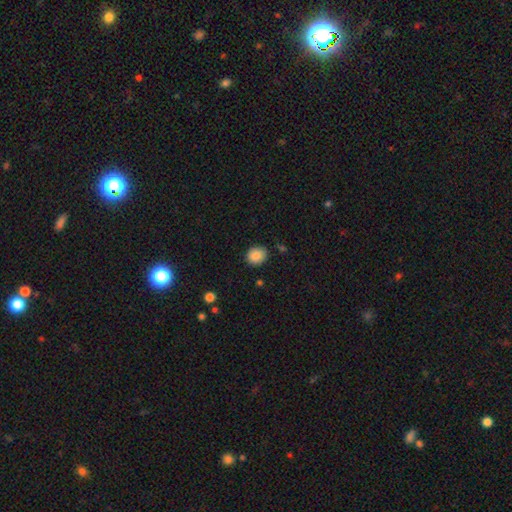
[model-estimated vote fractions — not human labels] Morphology: type=smooth (86%); roundness=round (74%); merging=none (84%).